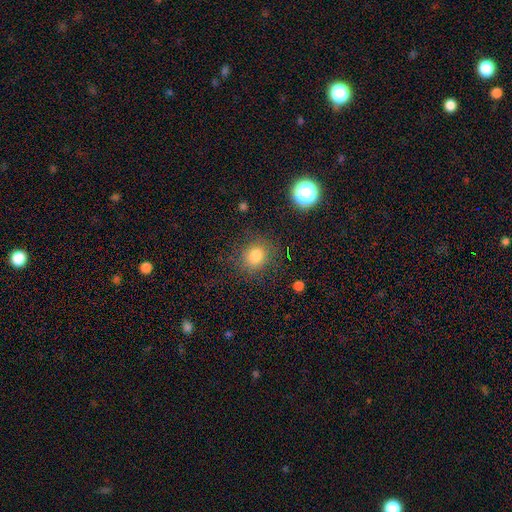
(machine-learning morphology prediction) Smooth or featured: smooth — 79% (star or artifact — 14%)
How rounded: round — 77% (in between — 22%)
Merging: none — 83% (minor disturbance — 11%)